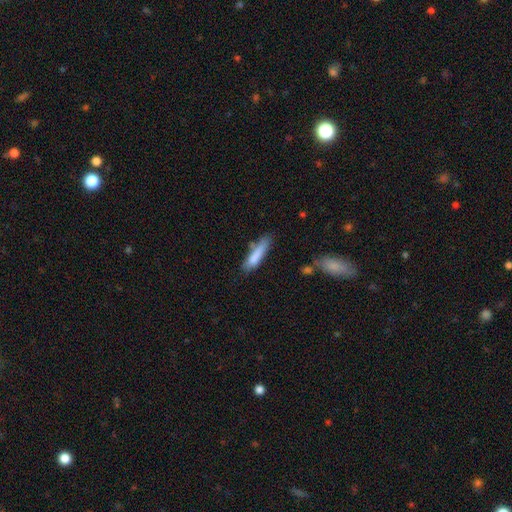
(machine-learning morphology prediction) smooth 80%, featured or disk 13%, star or artifact 6%. Down the decision tree: how rounded — cigar-shaped (79%); merging — none (60%).